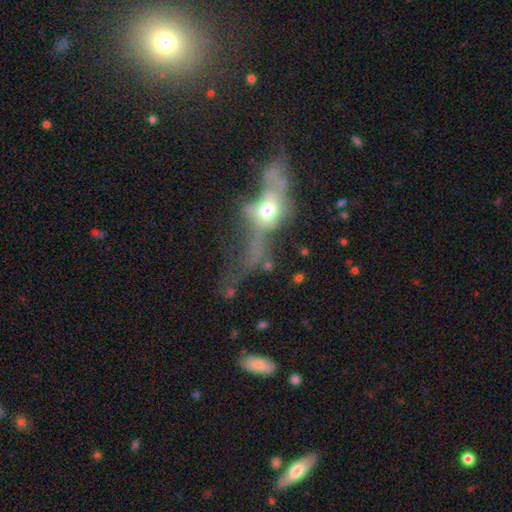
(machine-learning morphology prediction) Q: Smooth or featured?
A: featured or disk (54%); runner-up: smooth (29%)
Q: Edge-on disk?
A: no (66%); runner-up: yes (34%)
Q: Merging?
A: major disturbance (49%); runner-up: none (21%)